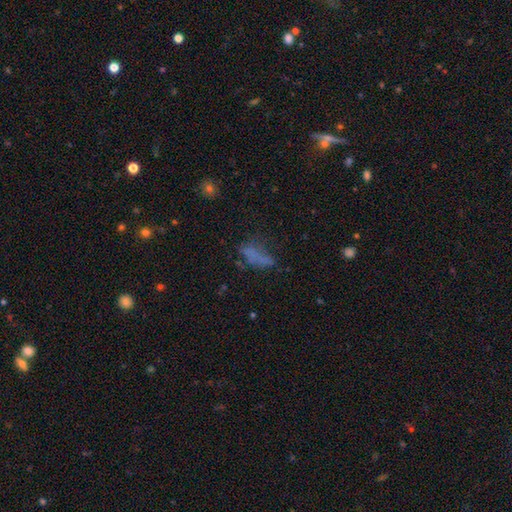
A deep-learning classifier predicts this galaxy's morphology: Smooth or featured? Predicted: smooth (p=0.54). How rounded? Predicted: in between (p=0.66). Merging? Predicted: none (p=0.40).